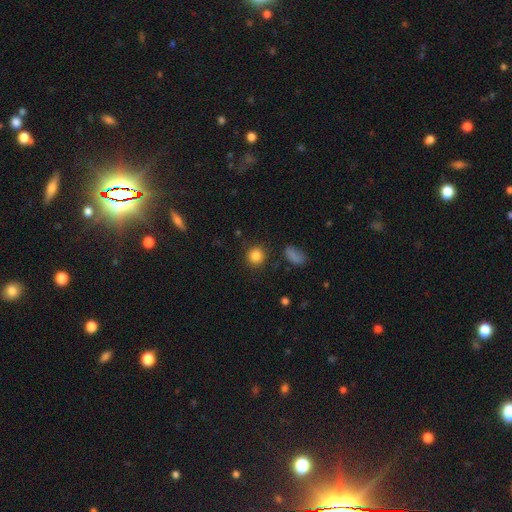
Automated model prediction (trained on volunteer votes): A smooth galaxy with no disk features (85%) that is round (89%). Merging: none (88%).